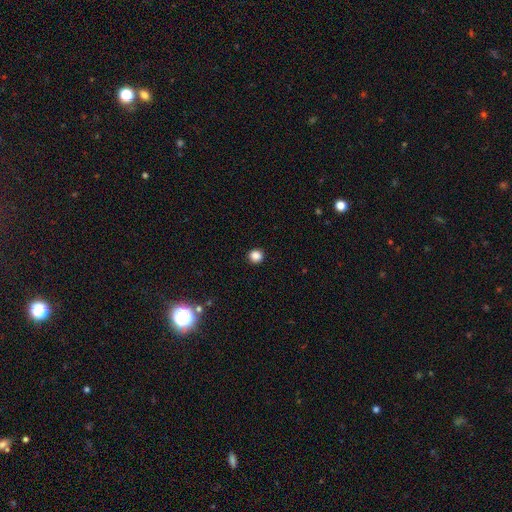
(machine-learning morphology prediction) This appears to be a smooth galaxy with no disk features (86%) that is round (92%). Merging: none (93%).